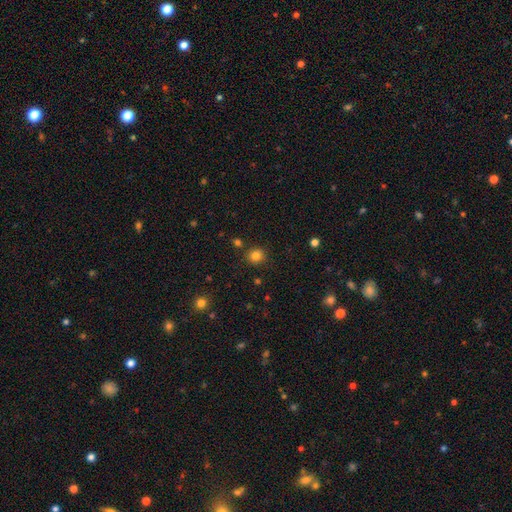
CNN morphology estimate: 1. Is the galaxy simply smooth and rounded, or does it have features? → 82% smooth, 13% star or artifact, 5% featured or disk.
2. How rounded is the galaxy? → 88% round, 12% in between, 1% cigar-shaped.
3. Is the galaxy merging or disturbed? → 87% none, 7% minor disturbance, 4% merger, 2% major disturbance.